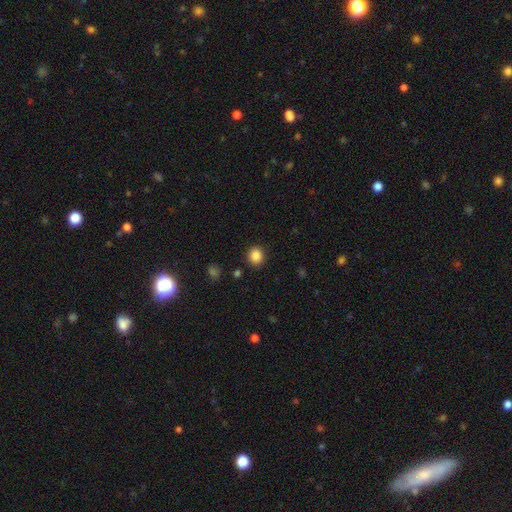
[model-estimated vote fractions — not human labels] Smooth or featured? Predicted: smooth (p=0.86). How rounded? Predicted: round (p=0.85). Merging? Predicted: none (p=0.90).